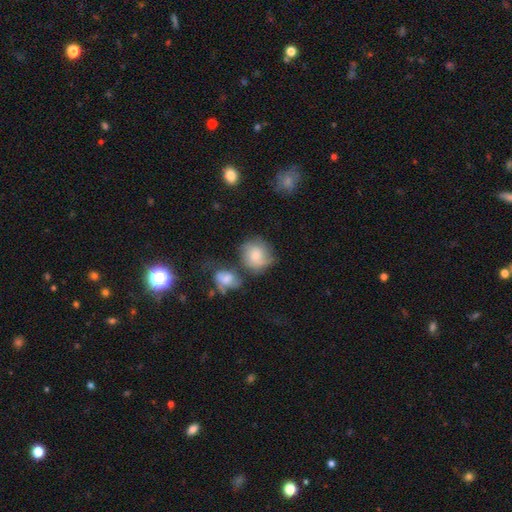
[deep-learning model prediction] A smooth galaxy with no disk features (64%) that is round (76%). Merging: none (48%).